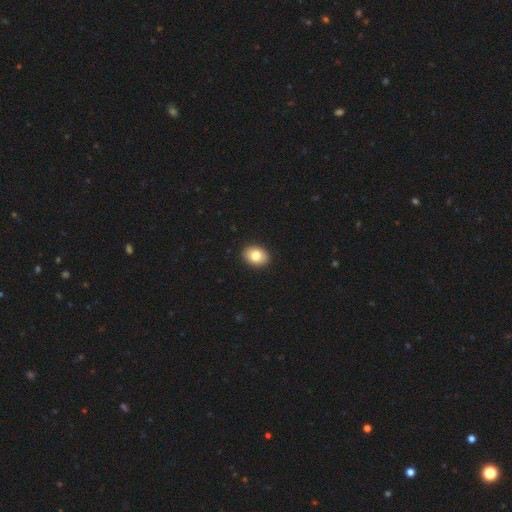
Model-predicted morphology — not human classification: The model was most divided on "how rounded": in between: 70%, round: 29%, cigar-shaped: 1%. More confident: merging — none (92%); smooth or featured — smooth (82%).